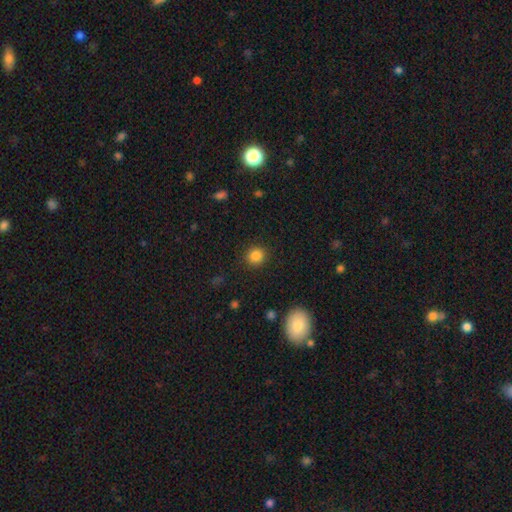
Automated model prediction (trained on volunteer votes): Morphology: type=smooth (85%); roundness=round (86%); merging=none (89%).